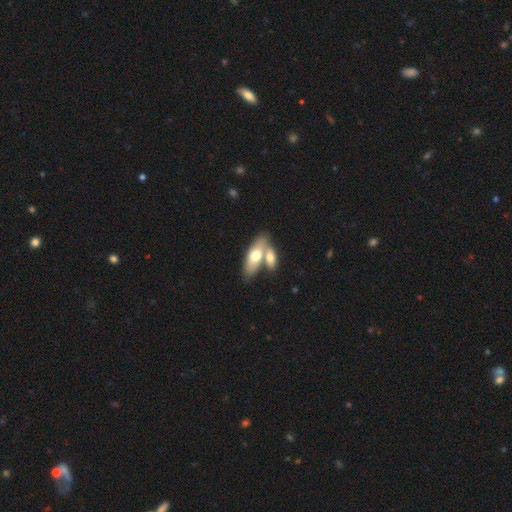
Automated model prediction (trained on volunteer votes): The model was most divided on "merging": merger: 55%, none: 34%, minor disturbance: 8%, major disturbance: 3%. More confident: how rounded — in between (73%); smooth or featured — smooth (65%).